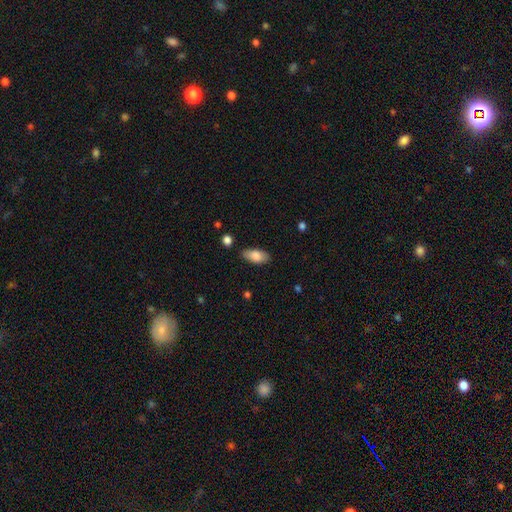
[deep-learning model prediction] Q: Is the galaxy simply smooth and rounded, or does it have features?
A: smooth — 83%.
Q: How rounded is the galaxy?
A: in between — 90%.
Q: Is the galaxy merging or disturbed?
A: none — 82%.